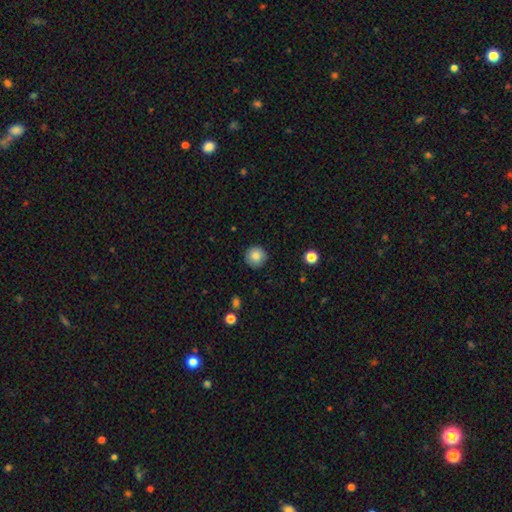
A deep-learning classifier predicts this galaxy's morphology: Smooth or featured?
  - smooth: 84% *
  - star or artifact: 9%
  - featured or disk: 7%
How rounded?
  - round: 95% *
  - in between: 4%
  - cigar-shaped: 1%
Merging?
  - none: 90% *
  - minor disturbance: 7%
  - major disturbance: 2%
  - merger: 1%